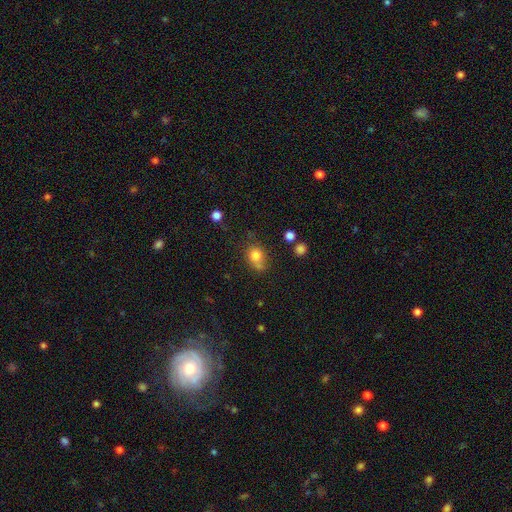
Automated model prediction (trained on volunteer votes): Overall: smooth (79%). How rounded: round (69%; in between 30%). Merging: none (58%; merger 20%).